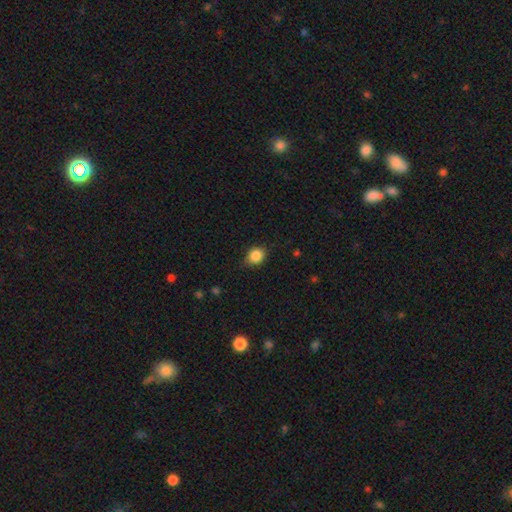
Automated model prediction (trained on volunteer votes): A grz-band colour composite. It shows a smooth galaxy with no disk features (86%) that is round (60%). Merging: none (74%).